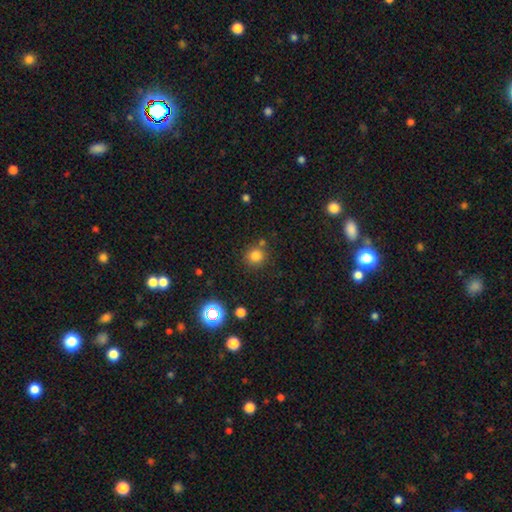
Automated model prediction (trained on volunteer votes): smooth_or_featured: smooth (p=0.79) [alt: star or artifact p=0.15]
how_rounded: round (p=0.90) [alt: in between p=0.09]
merging: none (p=0.77) [alt: minor disturbance p=0.10]